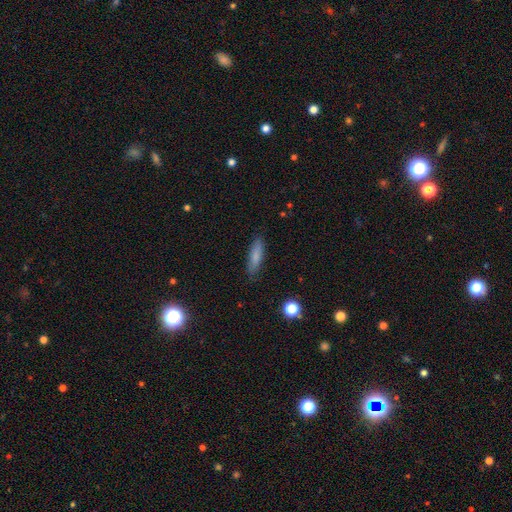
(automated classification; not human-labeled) This appears to be a smooth galaxy with no disk features (79%) that is cigar-shaped (70%). Merging: none (85%).